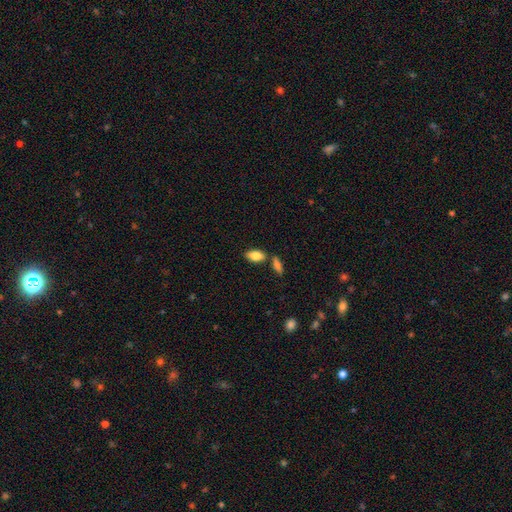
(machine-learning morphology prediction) type=smooth (81%); roundness=in between (89%); merging=none (71%).